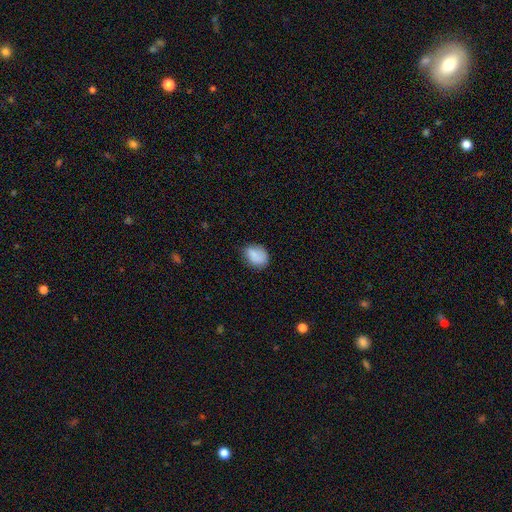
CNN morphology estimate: This is clearly a smooth galaxy (82%). How rounded: likely in between (64%). Merging: likely none (66%).